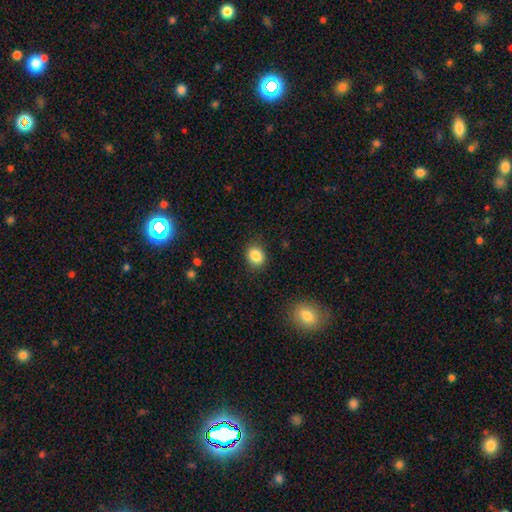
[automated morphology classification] The model was most divided on "how rounded": round: 60%, in between: 39%, cigar-shaped: 1%. More confident: smooth or featured — smooth (86%); merging — none (85%).